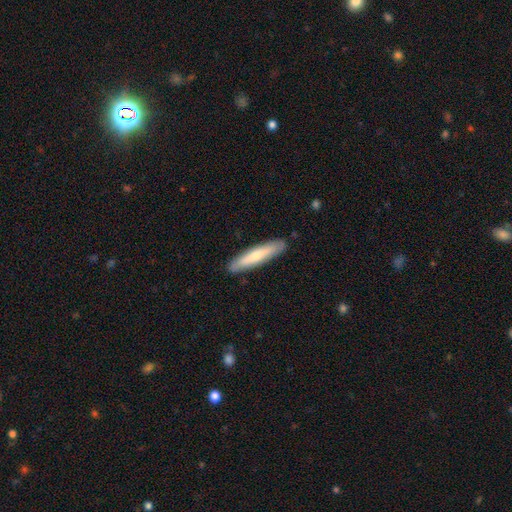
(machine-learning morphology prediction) This is likely a smooth galaxy (65%). How rounded: clearly cigar-shaped (90%). Merging: clearly none (89%).